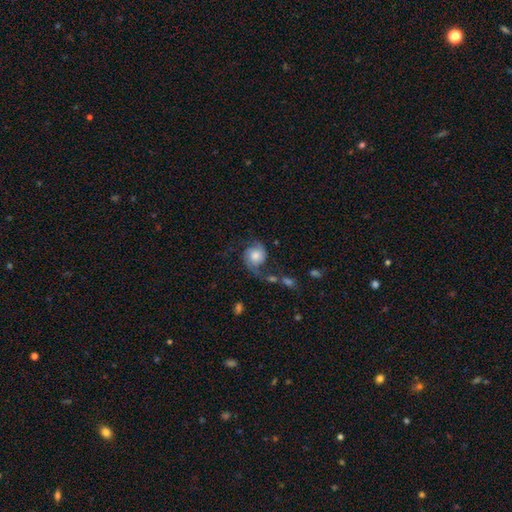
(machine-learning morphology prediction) Smooth or featured: featured or disk — 65% (smooth — 27%)
Edge-on disk: no — 97% (yes — 3%)
Bar: no — 74% (weak — 22%)
Spiral arms: yes — 93% (no — 7%)
Spiral winding: loose — 53% (medium — 34%)
Spiral arm count: 2 — 85% (1 — 7%)
Bulge size: moderate — 43% (large — 28%)
Merging: none — 50% (major disturbance — 22%)